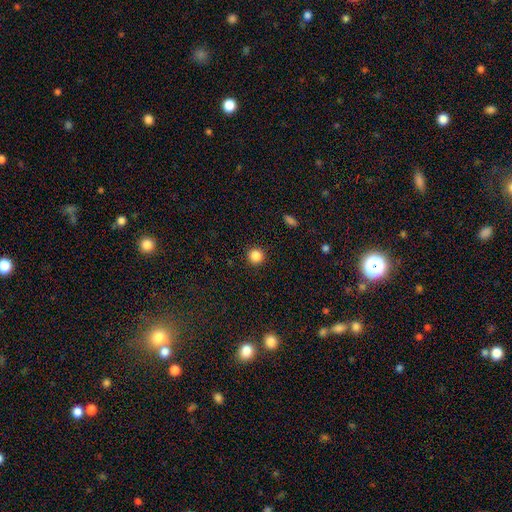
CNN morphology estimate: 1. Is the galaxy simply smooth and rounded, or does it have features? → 85% smooth, 11% star or artifact, 3% featured or disk.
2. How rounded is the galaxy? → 95% round, 4% in between, 1% cigar-shaped.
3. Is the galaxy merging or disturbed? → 93% none, 5% minor disturbance, 2% major disturbance, 1% merger.